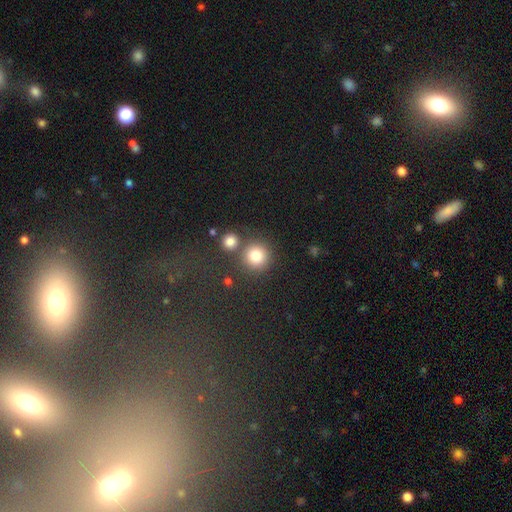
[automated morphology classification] Smooth or featured? smooth (82%)
How rounded? round (93%)
Merging? none (73%)